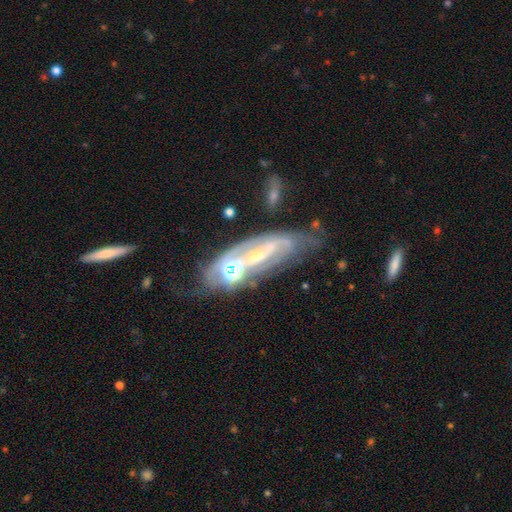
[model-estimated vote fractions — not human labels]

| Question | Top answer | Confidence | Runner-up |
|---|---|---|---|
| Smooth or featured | featured or disk | 78% | smooth (13%) |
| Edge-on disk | no | 84% | yes (16%) |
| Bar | no | 48% | weak (27%) |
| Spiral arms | yes | 70% | no (30%) |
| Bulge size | moderate | 50% | small (36%) |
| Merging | none | 36% | merger (29%) |